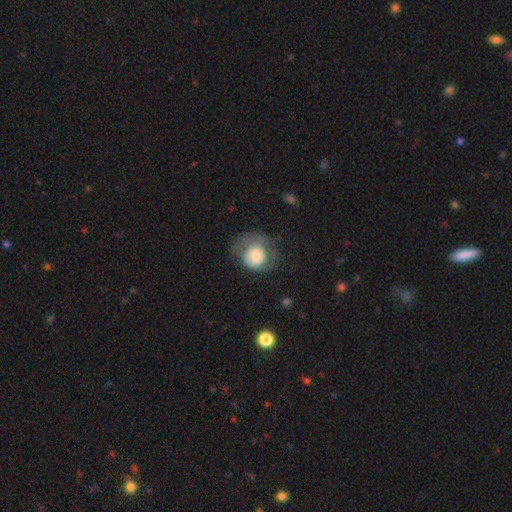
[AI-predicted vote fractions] This appears to be a smooth galaxy with no disk features (62%) that is round (73%). Merging: none (37%).